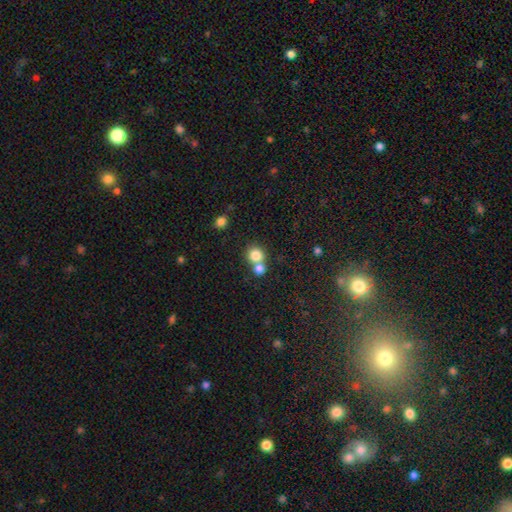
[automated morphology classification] A smooth galaxy with no disk features (81%) that is round (88%).

Vote fractions:
- Smooth or featured? smooth: 81% / star or artifact: 11% / featured or disk: 8%
- How rounded? round: 88% / in between: 11% / cigar-shaped: 1%
- Merging? none: 48% / merger: 44% / minor disturbance: 6% / major disturbance: 3%